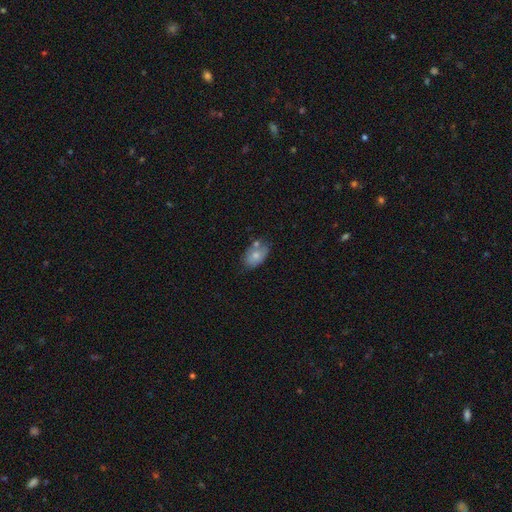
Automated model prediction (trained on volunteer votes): Overall: smooth (72%). How rounded: in between (86%). Merging: none (52%; minor disturbance 26%).